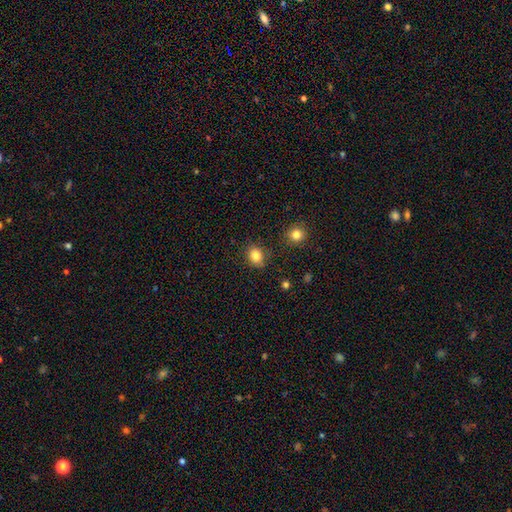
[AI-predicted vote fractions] Smooth or featured? Predicted: smooth (p=0.83). How rounded? Predicted: round (p=0.59). Merging? Predicted: none (p=0.82).